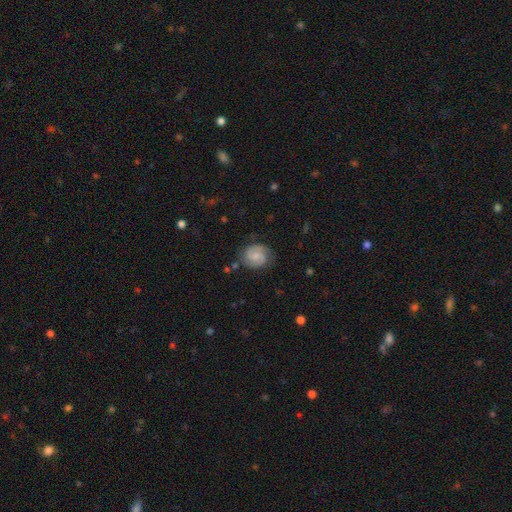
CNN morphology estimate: A featured or disk galaxy (67%) with no bar (52%), 2 (84%) tight (45%) spiral arms (95%) and a small central bulge (48%).

Vote fractions:
- Smooth or featured? featured or disk: 67% / smooth: 26% / star or artifact: 7%
- Edge-on disk? no: 98% / yes: 2%
- Bar? no: 52% / weak: 41% / strong: 7%
- Spiral arms? yes: 95% / no: 5%
- Spiral winding? tight: 45% / medium: 42% / loose: 13%
- Spiral arm count? 2: 84% / can't tell: 8% / 3: 3% / 1: 3% / 4: 1% / more than 4: 1%
- Bulge size? small: 48% / moderate: 27% / none: 21% / large: 3% / dominant: 1%
- Merging? none: 78% / minor disturbance: 15% / major disturbance: 5% / merger: 2%